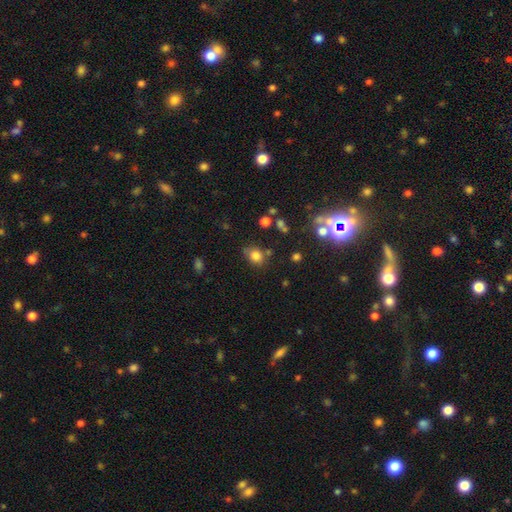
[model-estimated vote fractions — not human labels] smooth-or-featured: smooth: 78% | star or artifact: 15% | featured or disk: 7%
  how-rounded: round: 61% | in between: 38% | cigar-shaped: 1%
  merging: none: 69% | minor disturbance: 18% | merger: 8% | major disturbance: 5%